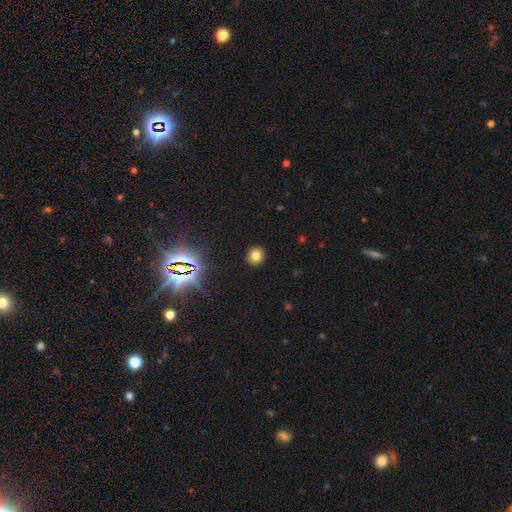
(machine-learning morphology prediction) Q: Smooth or featured?
A: smooth (75%); runner-up: star or artifact (18%)
Q: How rounded?
A: round (83%); runner-up: in between (16%)
Q: Merging?
A: none (91%); runner-up: minor disturbance (6%)